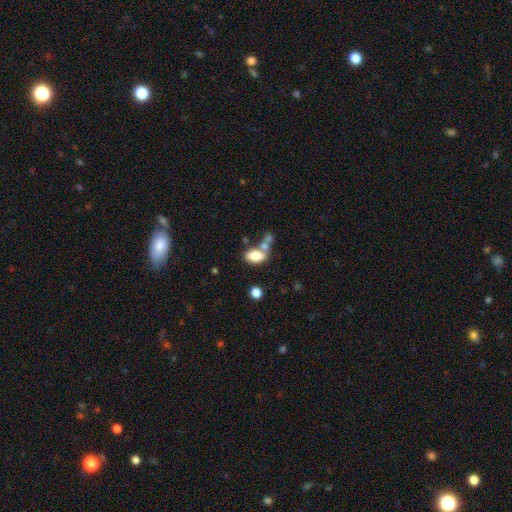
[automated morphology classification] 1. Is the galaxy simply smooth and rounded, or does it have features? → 77% smooth, 15% featured or disk, 9% star or artifact.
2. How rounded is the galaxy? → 89% in between, 8% round, 3% cigar-shaped.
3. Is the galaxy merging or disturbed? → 41% none, 38% merger, 14% minor disturbance, 7% major disturbance.